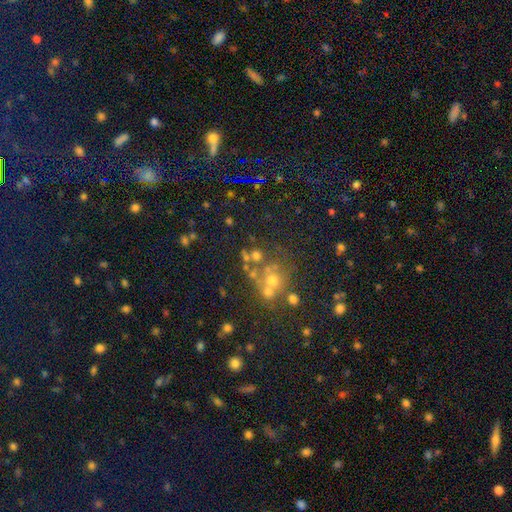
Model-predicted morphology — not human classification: This is marginally a smooth galaxy (44%). Merging: possibly none (52%).